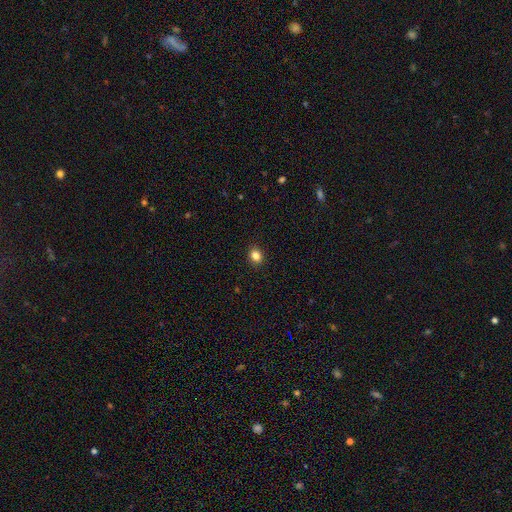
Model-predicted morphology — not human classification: type=smooth (84%); roundness=round (60%); merging=none (91%).